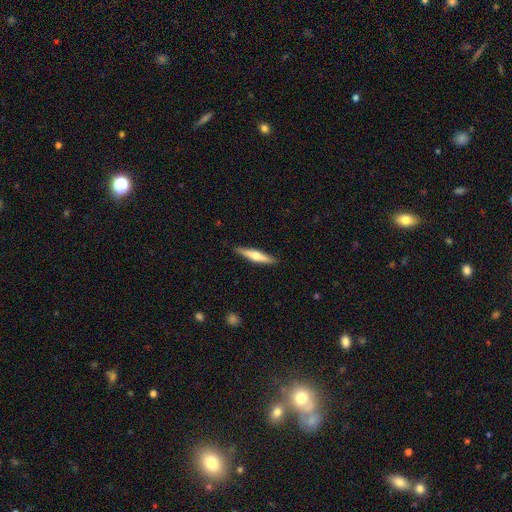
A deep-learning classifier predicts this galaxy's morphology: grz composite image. It shows a featured or disk galaxy (51%) viewed edge-on (95%). Merging: none (89%).